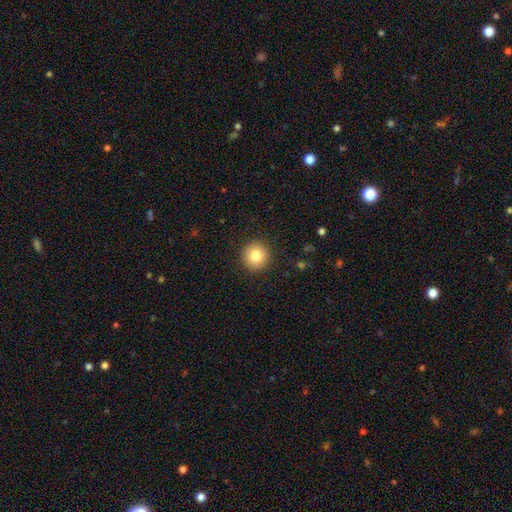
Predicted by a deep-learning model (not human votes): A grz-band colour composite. It shows a smooth galaxy with no disk features (83%) that is round (94%). Merging: none (92%).